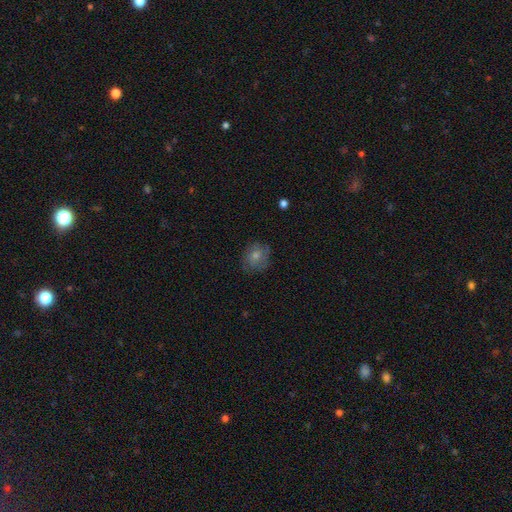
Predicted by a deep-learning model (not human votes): smooth_or_featured: smooth (p=0.49) [alt: featured or disk p=0.34]
merging: none (p=0.80) [alt: minor disturbance p=0.15]